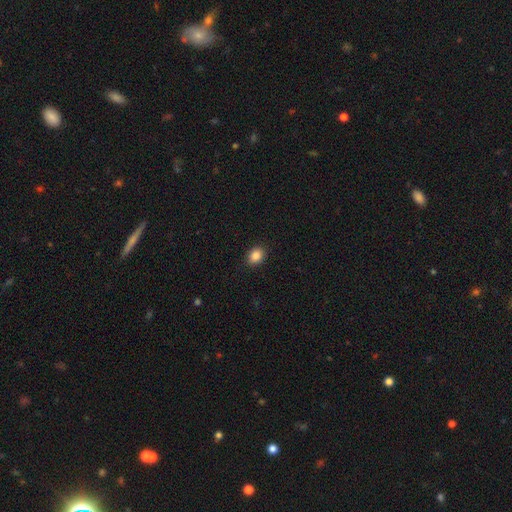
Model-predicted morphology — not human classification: Smooth or featured: smooth — 87% (star or artifact — 9%)
How rounded: in between — 62% (round — 37%)
Merging: none — 90% (minor disturbance — 7%)